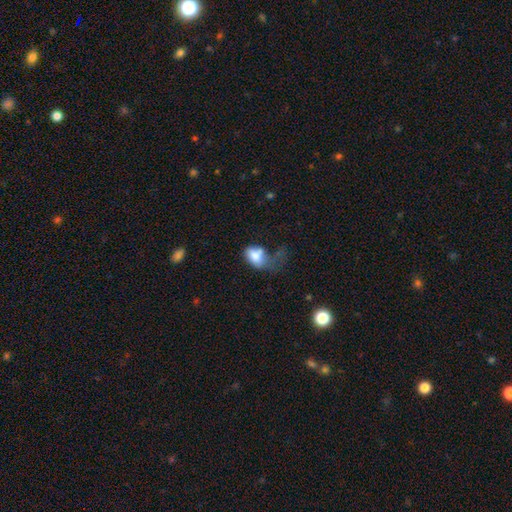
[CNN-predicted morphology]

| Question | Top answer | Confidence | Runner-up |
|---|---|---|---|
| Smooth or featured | smooth | 76% | featured or disk (16%) |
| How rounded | in between | 82% | round (16%) |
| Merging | major disturbance | 52% | minor disturbance (23%) |